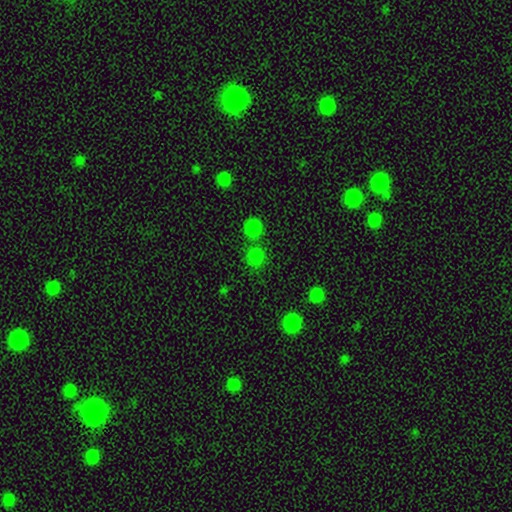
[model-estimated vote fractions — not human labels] Overall: smooth (74%). How rounded: round (89%). Merging: none (72%).